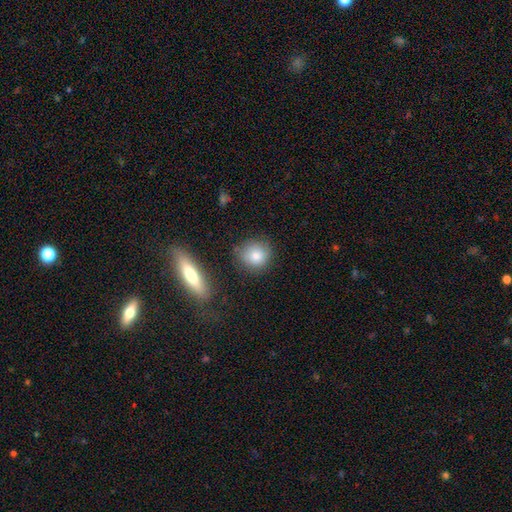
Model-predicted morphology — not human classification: This appears to be a smooth galaxy with no disk features (82%) that is round (84%). Merging: none (80%).